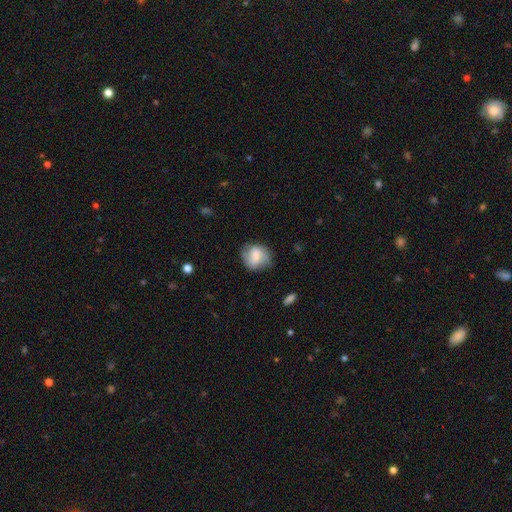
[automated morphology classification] smooth-or-featured: smooth: 59% | featured or disk: 34% | star or artifact: 8%
  how-rounded: round: 73% | in between: 26% | cigar-shaped: 1%
  merging: none: 67% | minor disturbance: 23% | major disturbance: 8% | merger: 2%